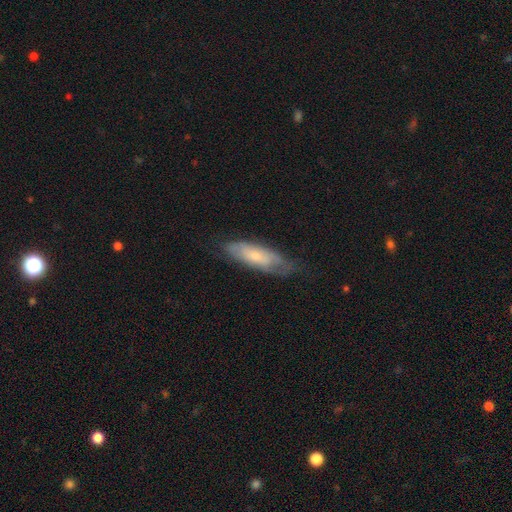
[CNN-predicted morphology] smooth-or-featured: smooth: 50% | featured or disk: 43% | star or artifact: 7%
  merging: none: 61% | minor disturbance: 28% | major disturbance: 9% | merger: 1%